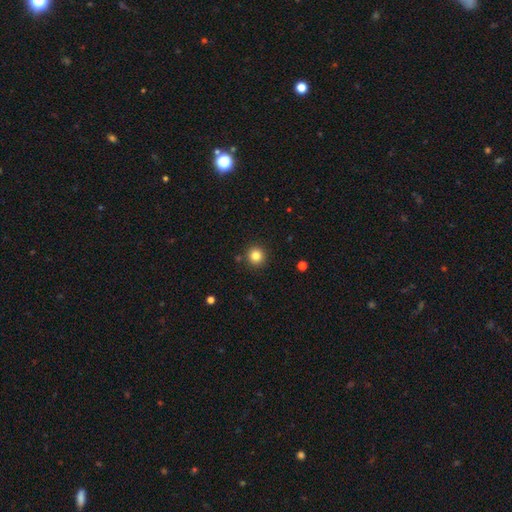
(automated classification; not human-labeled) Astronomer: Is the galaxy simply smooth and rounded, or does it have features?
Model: smooth — 83%.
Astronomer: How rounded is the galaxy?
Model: round — 94%.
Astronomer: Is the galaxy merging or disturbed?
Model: none — 90%.